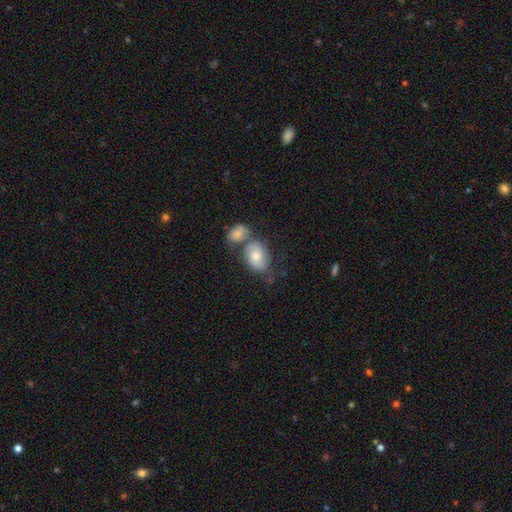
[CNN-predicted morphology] This is possibly a smooth galaxy (49%). Merging: marginally merger (39%).